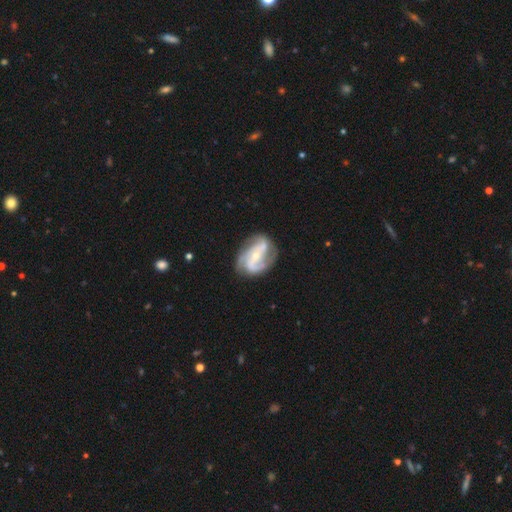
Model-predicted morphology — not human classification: Smooth or featured? featured or disk (88%)
Edge-on disk? no (97%)
Bar? no (35%)
Spiral arms? yes (96%)
Spiral winding? medium (48%)
Spiral arm count? 2 (40%)
Bulge size? small (62%)
Merging? none (68%)